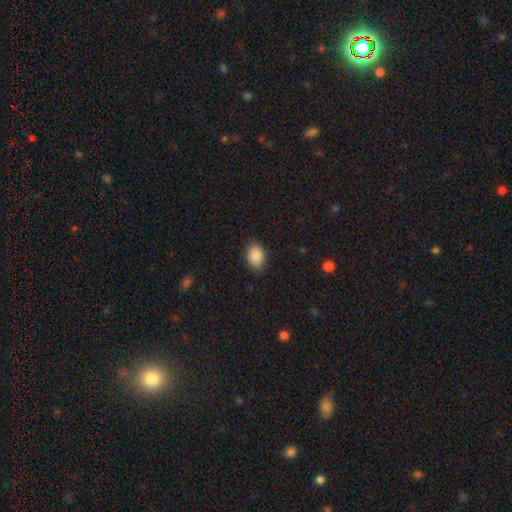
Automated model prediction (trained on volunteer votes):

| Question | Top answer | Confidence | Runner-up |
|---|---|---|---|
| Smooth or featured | smooth | 89% | star or artifact (7%) |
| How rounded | in between | 81% | round (18%) |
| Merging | none | 87% | minor disturbance (10%) |